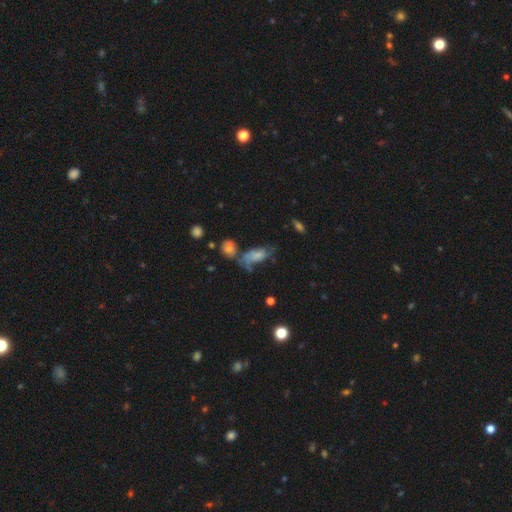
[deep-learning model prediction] This appears to be a smooth galaxy with no disk features (51%) that is in between round and cigar-shaped (86%). Merging: none (32%).